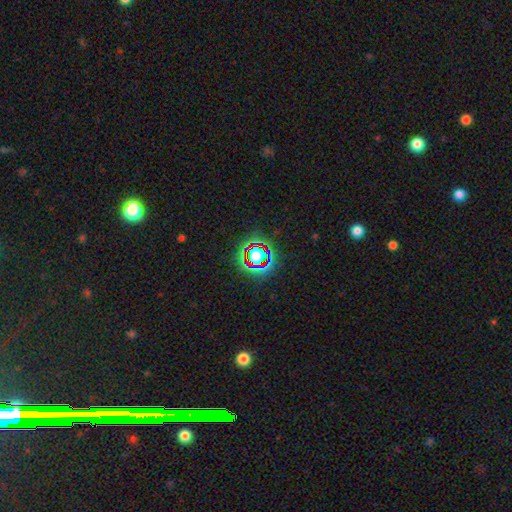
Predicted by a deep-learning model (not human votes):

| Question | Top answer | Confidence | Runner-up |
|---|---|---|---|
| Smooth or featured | star or artifact | 68% | smooth (20%) |